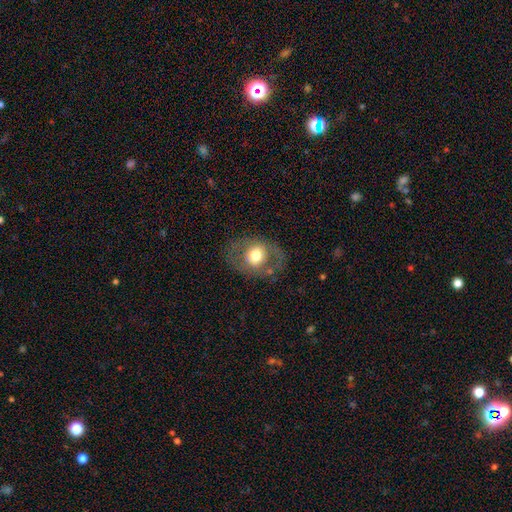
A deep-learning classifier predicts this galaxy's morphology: A smooth galaxy with no disk features (55%) that is round (54%).

Vote fractions:
- Smooth or featured? smooth: 55% / featured or disk: 37% / star or artifact: 8%
- How rounded? round: 54% / in between: 45% / cigar-shaped: 1%
- Merging? none: 72% / minor disturbance: 15% / major disturbance: 11% / merger: 2%